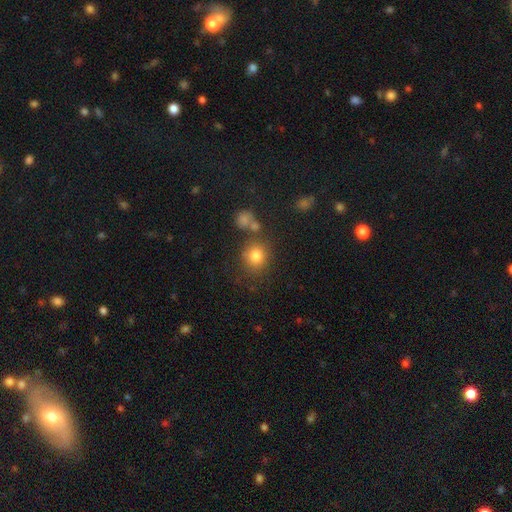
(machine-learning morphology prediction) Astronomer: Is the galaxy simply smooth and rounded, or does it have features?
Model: smooth — 80%.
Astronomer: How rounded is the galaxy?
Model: round — 81%.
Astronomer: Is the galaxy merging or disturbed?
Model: none — 71%.